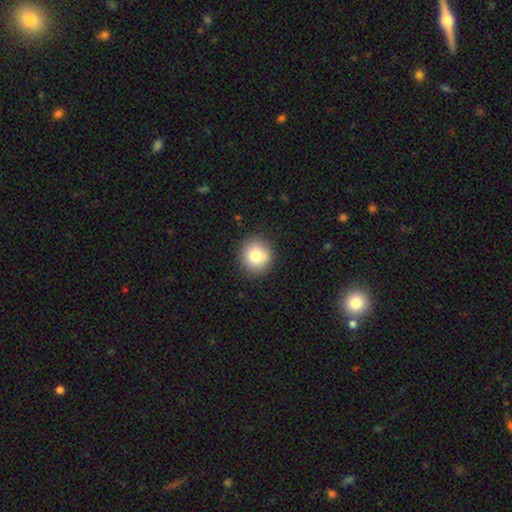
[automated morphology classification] type=smooth (80%); roundness=round (91%); merging=none (89%).